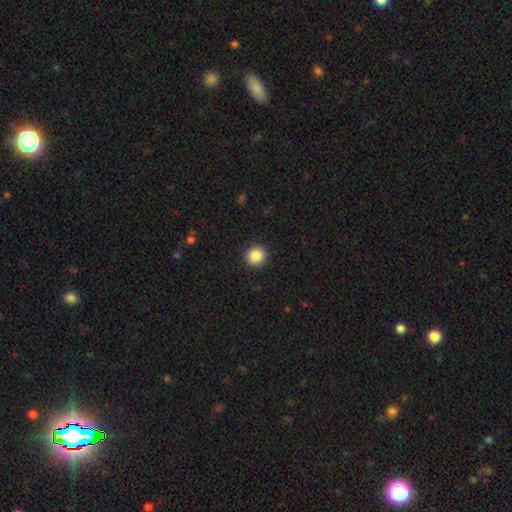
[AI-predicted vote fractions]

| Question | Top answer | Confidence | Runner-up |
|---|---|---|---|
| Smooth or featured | smooth | 87% | star or artifact (9%) |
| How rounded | round | 94% | in between (5%) |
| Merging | none | 93% | minor disturbance (5%) |